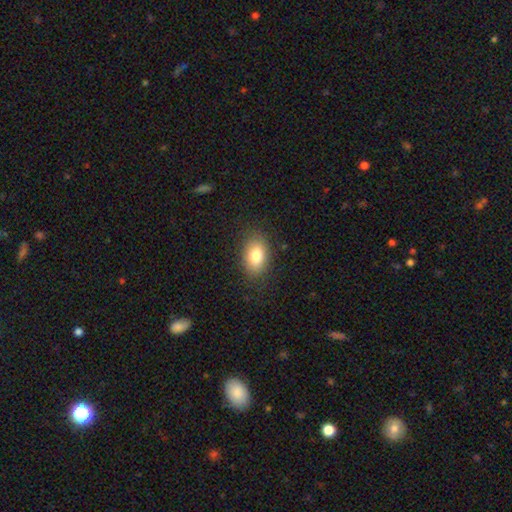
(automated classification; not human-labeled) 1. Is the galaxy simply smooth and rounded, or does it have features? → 81% smooth, 10% featured or disk, 9% star or artifact.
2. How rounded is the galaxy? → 85% in between, 14% round, 2% cigar-shaped.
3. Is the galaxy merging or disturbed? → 85% none, 11% minor disturbance, 3% major disturbance, 1% merger.